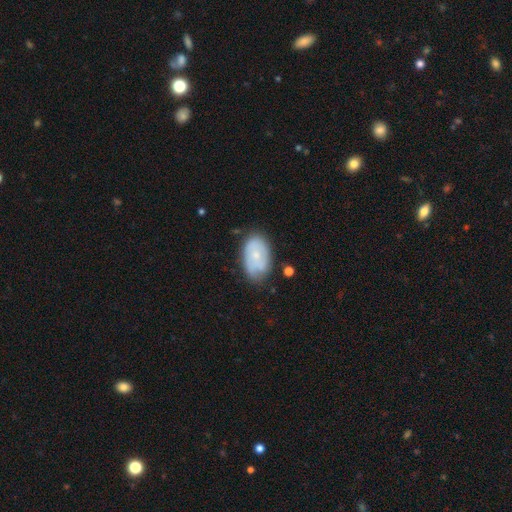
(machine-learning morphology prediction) This appears to be a smooth galaxy with no disk features (49%). Merging: none (61%).